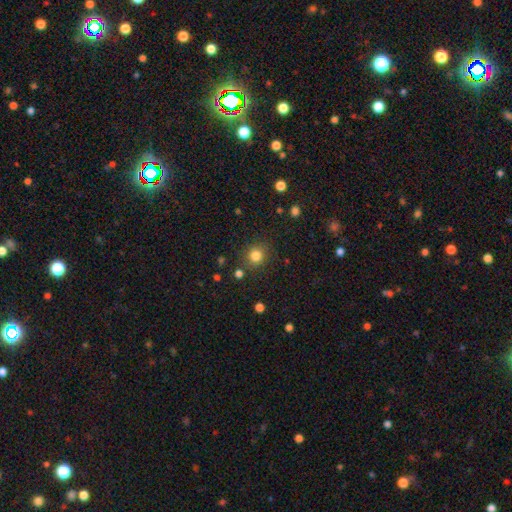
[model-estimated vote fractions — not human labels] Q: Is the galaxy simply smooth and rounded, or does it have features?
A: smooth — 82%.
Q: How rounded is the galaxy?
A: round — 85%.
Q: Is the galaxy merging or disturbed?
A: none — 83%.